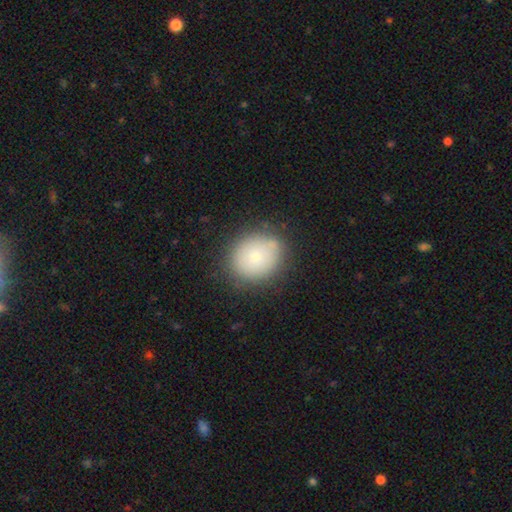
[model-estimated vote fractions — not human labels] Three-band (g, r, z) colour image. It shows a smooth galaxy with no disk features (73%) that is round (71%). Merging: none (79%).